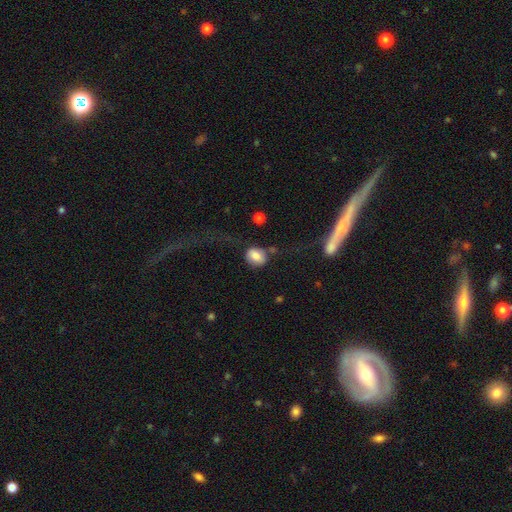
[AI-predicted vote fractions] A smooth galaxy with no disk features (78%) that is round (49%, tied with in between). Merging: none (50%).